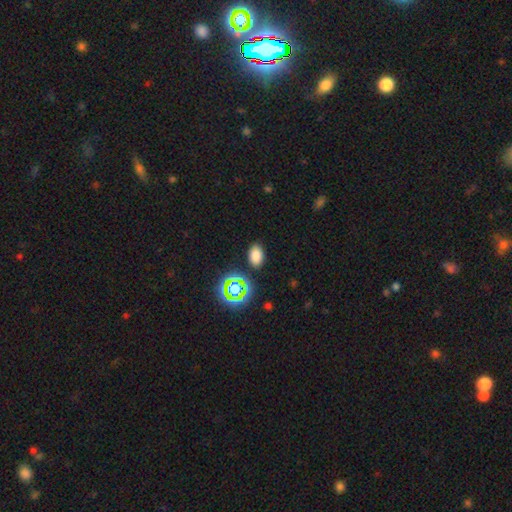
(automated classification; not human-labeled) Morphology: type=smooth (76%); roundness=in between (85%); merging=none (84%).